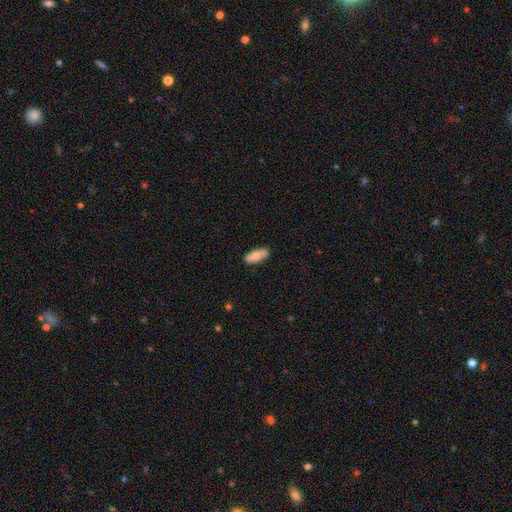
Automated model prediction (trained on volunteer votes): Smooth or featured? smooth (75%)
How rounded? in between (82%)
Merging? none (79%)